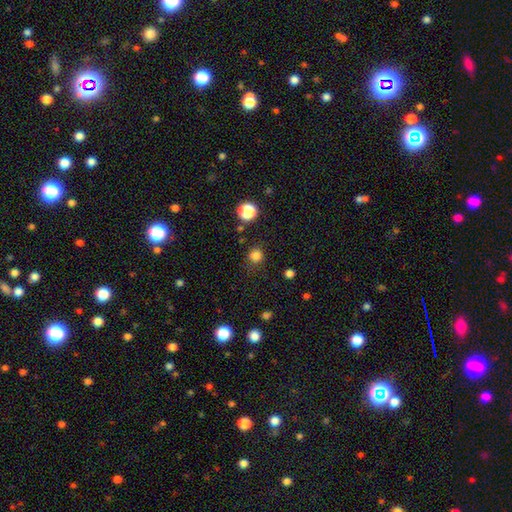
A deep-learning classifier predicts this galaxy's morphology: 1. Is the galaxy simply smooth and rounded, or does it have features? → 81% smooth, 15% star or artifact, 4% featured or disk.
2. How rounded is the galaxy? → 91% round, 8% in between, 1% cigar-shaped.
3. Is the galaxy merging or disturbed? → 82% none, 12% minor disturbance, 4% major disturbance, 2% merger.